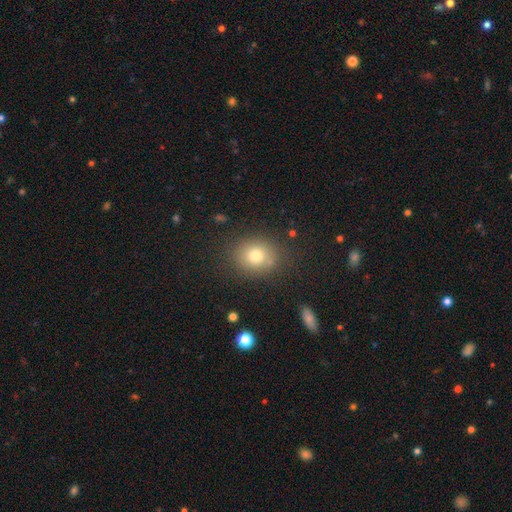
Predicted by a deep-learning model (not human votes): The model was most divided on "how rounded": round: 67%, in between: 32%, cigar-shaped: 1%. More confident: merging — none (81%); smooth or featured — smooth (76%).